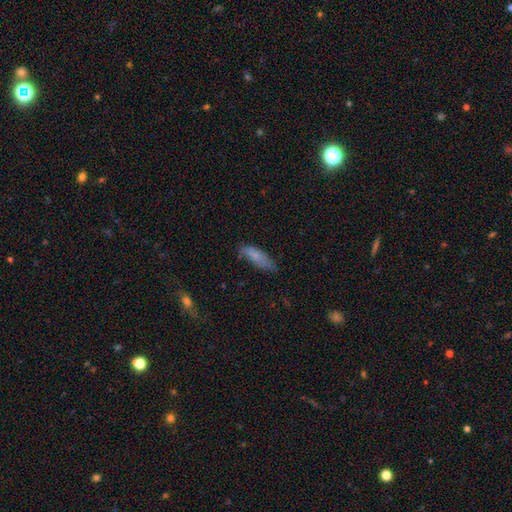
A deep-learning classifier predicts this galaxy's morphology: This appears to be a smooth galaxy with no disk features (77%) that is cigar-shaped (52%). Merging: none (67%).